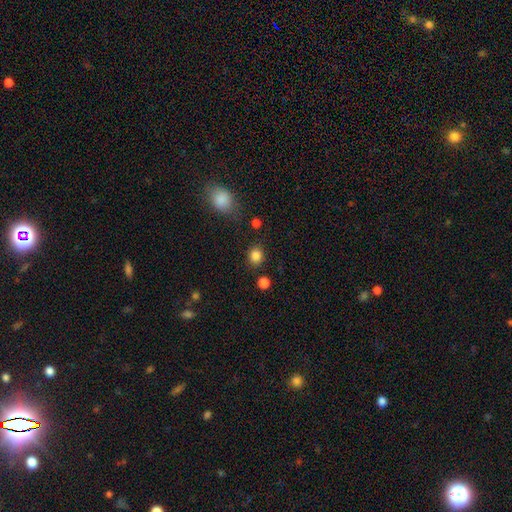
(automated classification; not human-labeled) Overall: smooth (84%). How rounded: round (76%). Merging: none (84%).